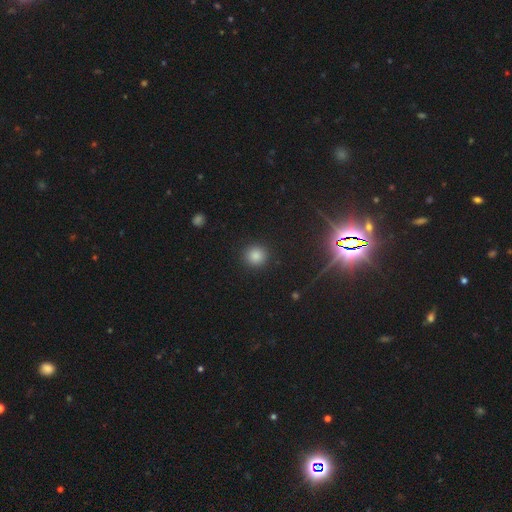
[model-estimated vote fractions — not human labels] Smooth or featured: smooth — 83% (star or artifact — 13%)
How rounded: round — 92% (in between — 7%)
Merging: none — 91% (minor disturbance — 5%)